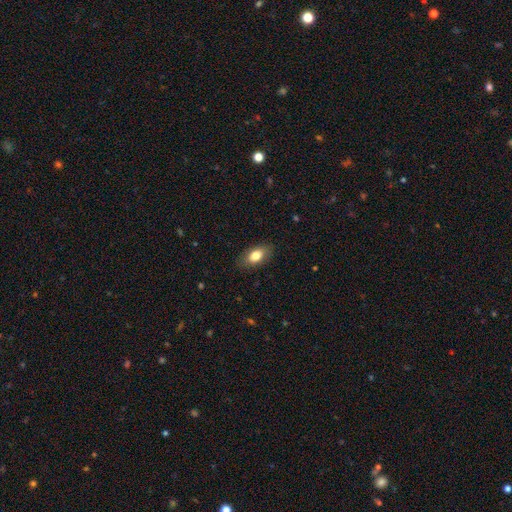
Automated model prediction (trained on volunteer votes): smooth_or_featured: smooth (p=0.80) [alt: featured or disk p=0.13]
how_rounded: in between (p=0.90) [alt: round p=0.06]
merging: none (p=0.85) [alt: minor disturbance p=0.11]